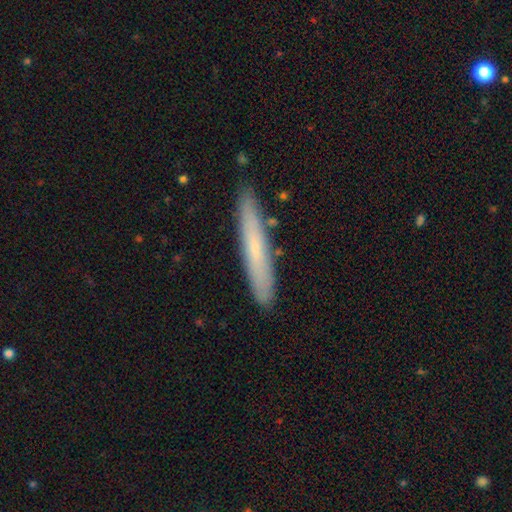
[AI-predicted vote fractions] Morphology: type=smooth (59%); roundness=cigar-shaped (95%); merging=none (87%).